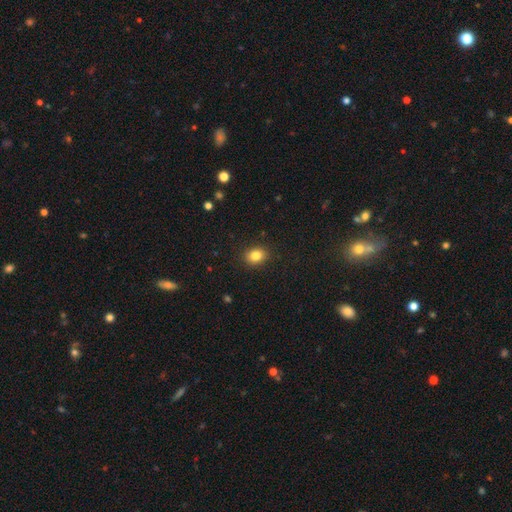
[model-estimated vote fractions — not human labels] Overall: smooth (84%). How rounded: in between (50%; round 49%). Merging: none (89%).